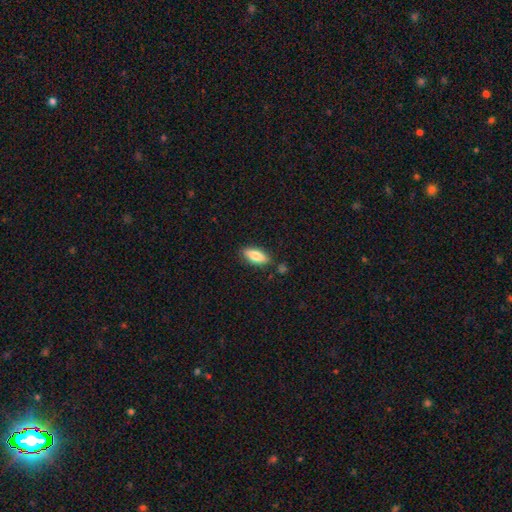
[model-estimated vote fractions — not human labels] The model was most divided on "how rounded": in between: 72%, cigar-shaped: 26%, round: 2%. More confident: merging — none (83%); smooth or featured — smooth (80%).